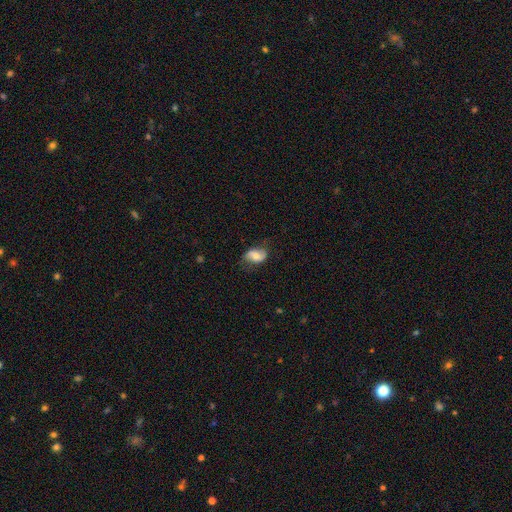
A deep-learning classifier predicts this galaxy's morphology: Smooth or featured? Predicted: smooth (p=0.52). How rounded? Predicted: in between (p=0.86). Merging? Predicted: none (p=0.67).